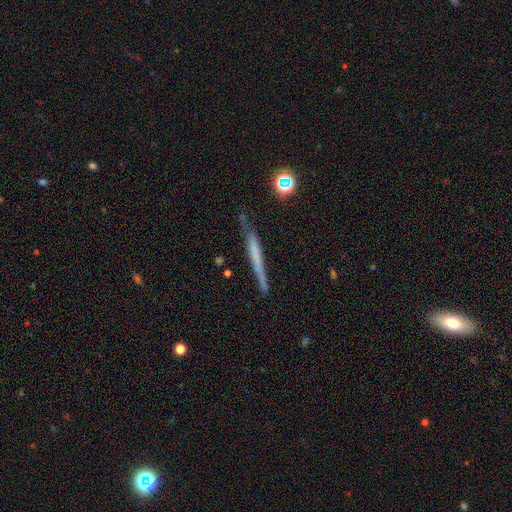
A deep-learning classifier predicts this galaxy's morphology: Q: Smooth or featured?
A: featured or disk (49%); runner-up: smooth (43%)
Q: Merging?
A: none (72%); runner-up: minor disturbance (20%)